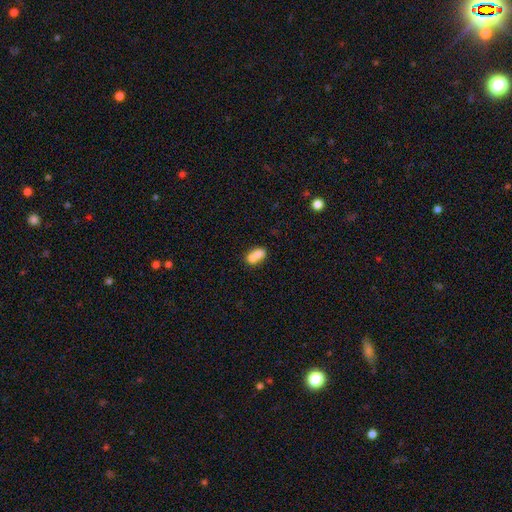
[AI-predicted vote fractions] This is likely a smooth galaxy (71%). How rounded: likely in between (72%). Merging: likely merger (62%).